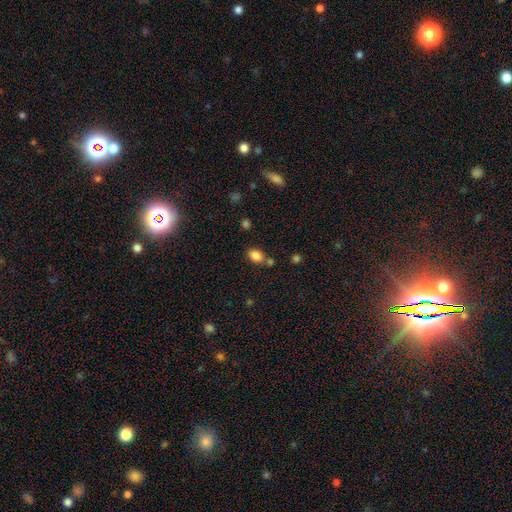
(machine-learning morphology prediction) smooth 84%, star or artifact 10%, featured or disk 5%. Down the decision tree: how rounded — in between (79%); merging — none (70%).